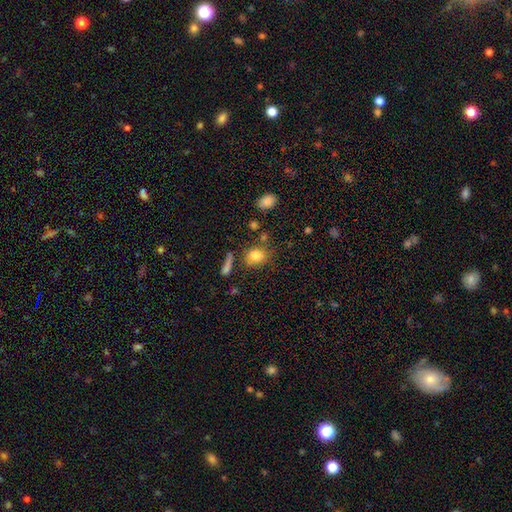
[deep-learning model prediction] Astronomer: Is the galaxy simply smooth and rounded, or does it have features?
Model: smooth — 82%.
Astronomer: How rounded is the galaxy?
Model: round — 55% (runner-up: in between, 43%).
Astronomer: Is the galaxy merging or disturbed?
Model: none — 66%.